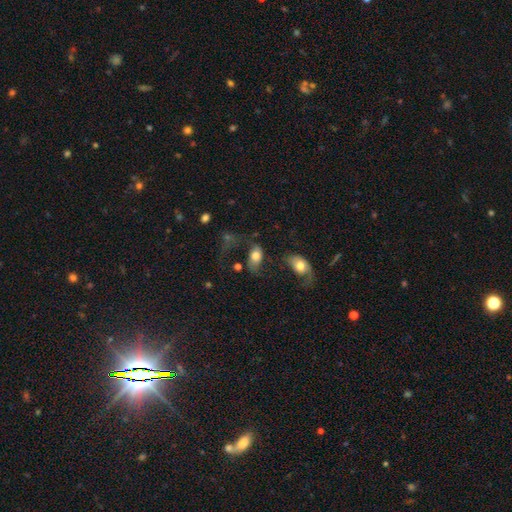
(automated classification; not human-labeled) Q: Smooth or featured?
A: smooth (65%); runner-up: featured or disk (26%)
Q: How rounded?
A: in between (90%); runner-up: round (8%)
Q: Merging?
A: none (38%); runner-up: major disturbance (28%)